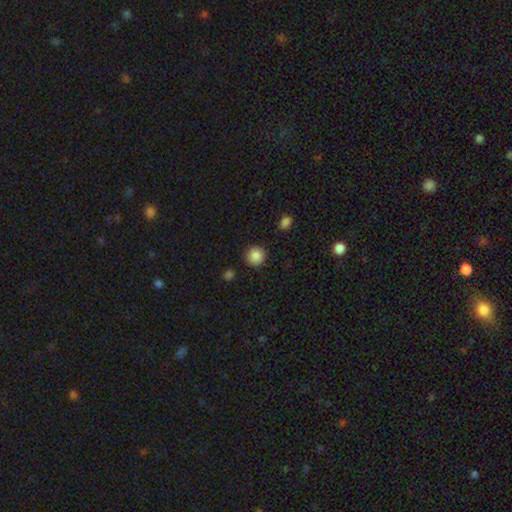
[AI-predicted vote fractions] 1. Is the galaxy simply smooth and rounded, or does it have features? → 88% smooth, 9% star or artifact, 3% featured or disk.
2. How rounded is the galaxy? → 93% round, 6% in between, 1% cigar-shaped.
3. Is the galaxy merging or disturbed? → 88% none, 8% minor disturbance, 2% major disturbance, 2% merger.